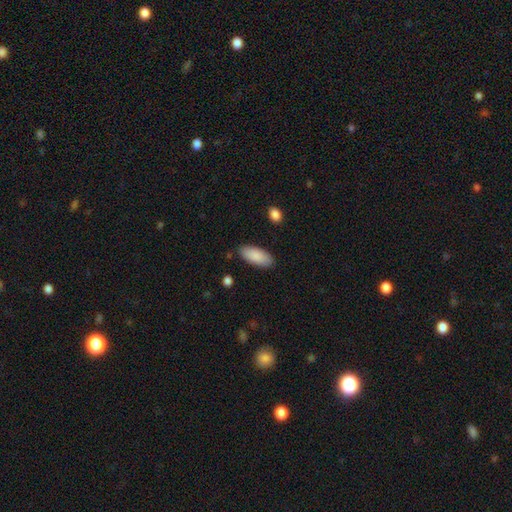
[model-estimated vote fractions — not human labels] Q: Smooth or featured?
A: smooth (89%); runner-up: featured or disk (6%)
Q: How rounded?
A: in between (87%); runner-up: cigar-shaped (11%)
Q: Merging?
A: none (86%); runner-up: minor disturbance (10%)